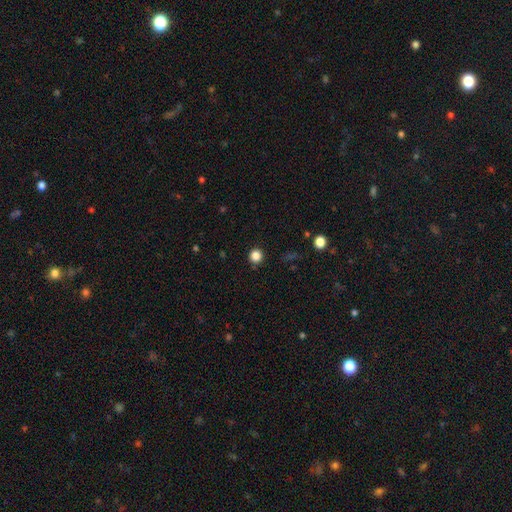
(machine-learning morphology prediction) The model was most divided on "smooth or featured": smooth: 85%, star or artifact: 12%, featured or disk: 3%. More confident: how rounded — round (93%); merging — none (91%).